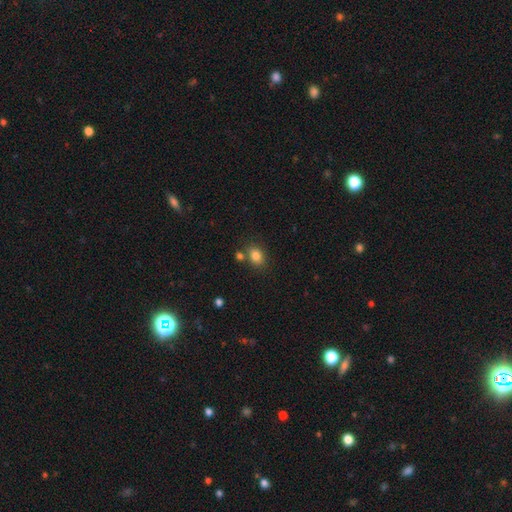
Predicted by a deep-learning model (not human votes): Smooth or featured? Predicted: smooth (p=0.83). How rounded? Predicted: in between (p=0.64). Merging? Predicted: none (p=0.71).